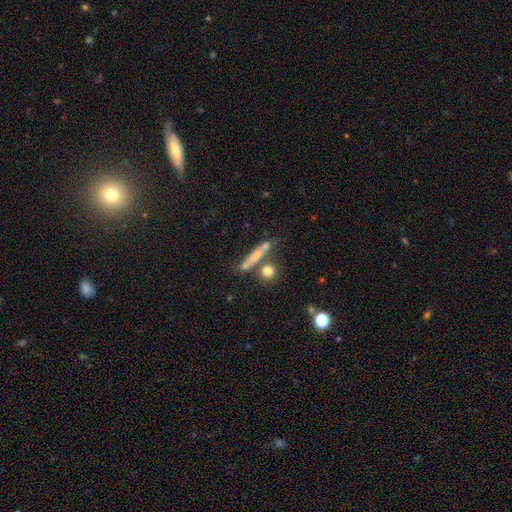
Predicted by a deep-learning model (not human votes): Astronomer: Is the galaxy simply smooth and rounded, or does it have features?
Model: featured or disk — 45% (runner-up: smooth, 43%).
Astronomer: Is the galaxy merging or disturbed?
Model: none — 63%.